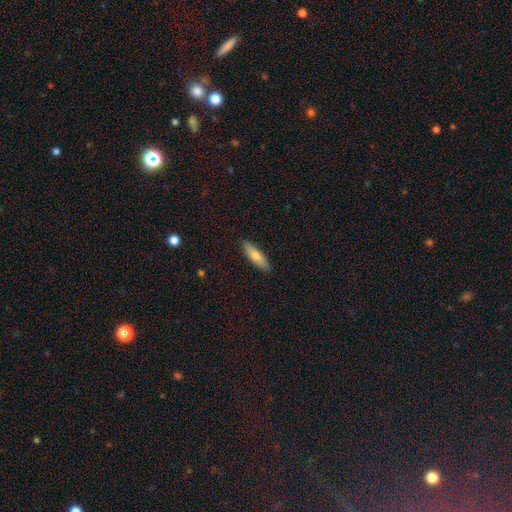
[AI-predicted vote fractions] smooth-or-featured: smooth: 75% | featured or disk: 19% | star or artifact: 6%
  how-rounded: cigar-shaped: 61% | in between: 38% | round: 2%
  merging: none: 89% | minor disturbance: 8% | major disturbance: 2% | merger: 1%